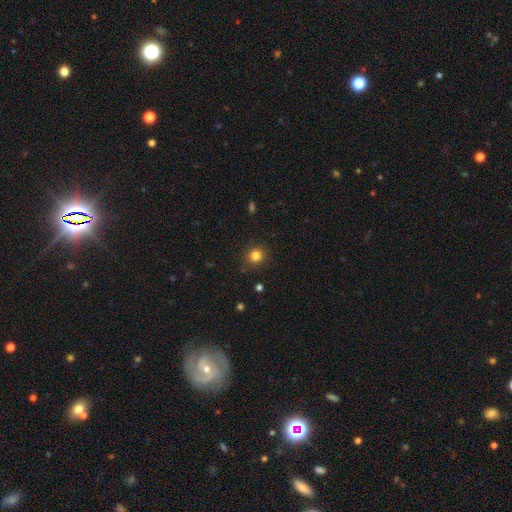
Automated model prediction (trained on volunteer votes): Smooth or featured?
  - smooth: 82% *
  - star or artifact: 13%
  - featured or disk: 5%
How rounded?
  - round: 90% *
  - in between: 10%
  - cigar-shaped: 1%
Merging?
  - none: 88% *
  - minor disturbance: 8%
  - major disturbance: 3%
  - merger: 1%